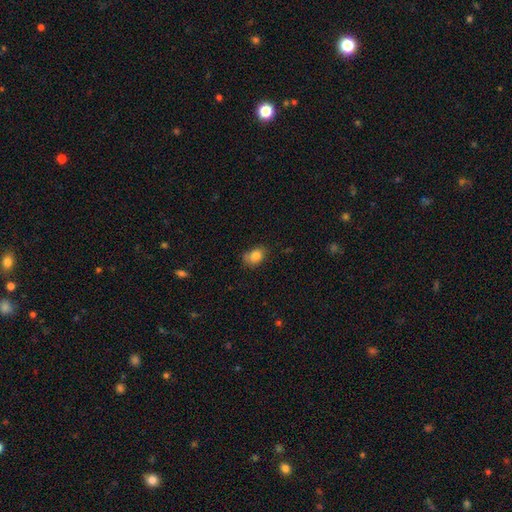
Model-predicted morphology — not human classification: This appears to be a smooth galaxy with no disk features (83%) that is in between round and cigar-shaped (72%). Merging: none (66%).